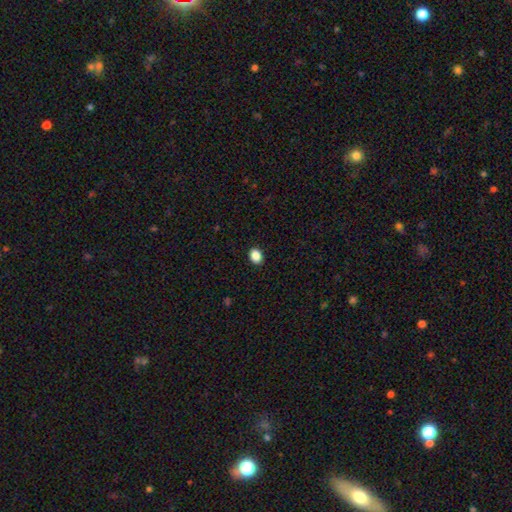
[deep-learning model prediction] The model was most divided on "how rounded": in between: 61%, round: 38%, cigar-shaped: 1%. More confident: merging — none (91%); smooth or featured — smooth (88%).